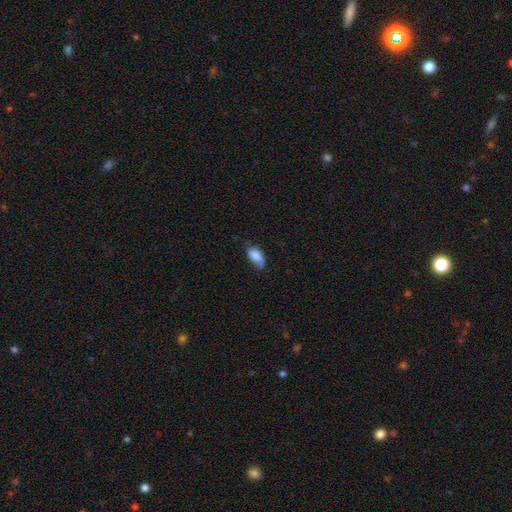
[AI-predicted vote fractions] smooth 80%, featured or disk 13%, star or artifact 7%. Down the decision tree: how rounded — in between (91%); merging — none (48%).